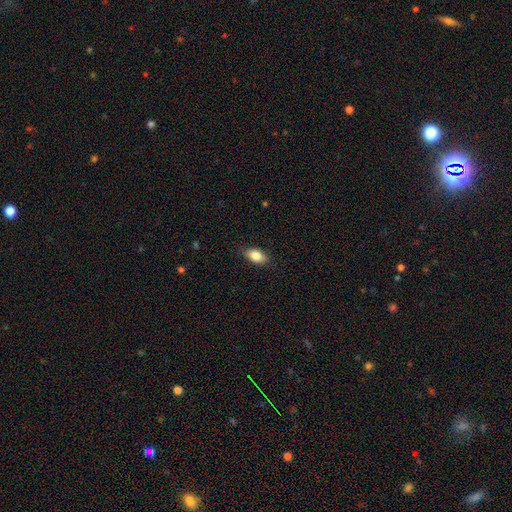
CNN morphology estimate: smooth_or_featured: smooth (p=0.83) [alt: featured or disk p=0.10]
how_rounded: in between (p=0.89) [alt: round p=0.06]
merging: none (p=0.86) [alt: minor disturbance p=0.11]